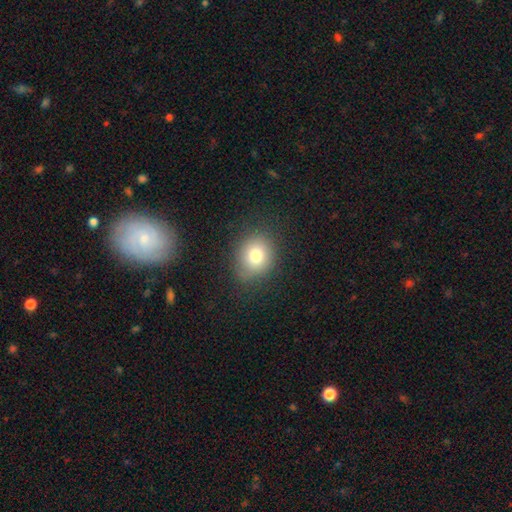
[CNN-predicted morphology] Overall: smooth (79%). How rounded: round (60%; in between 39%). Merging: none (82%).